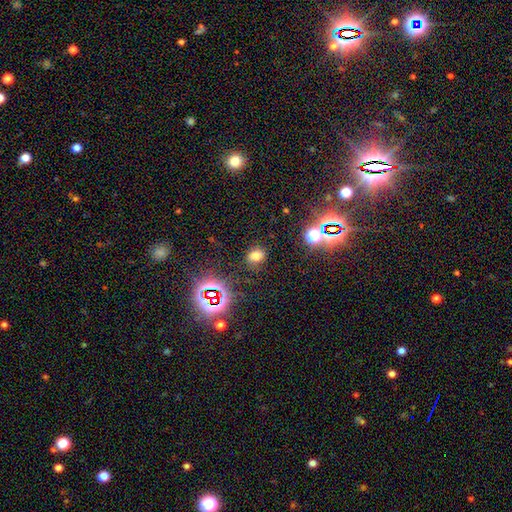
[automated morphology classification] This appears to be a smooth galaxy with no disk features (65%) that is in between round and cigar-shaped (55%). Merging: none (79%).